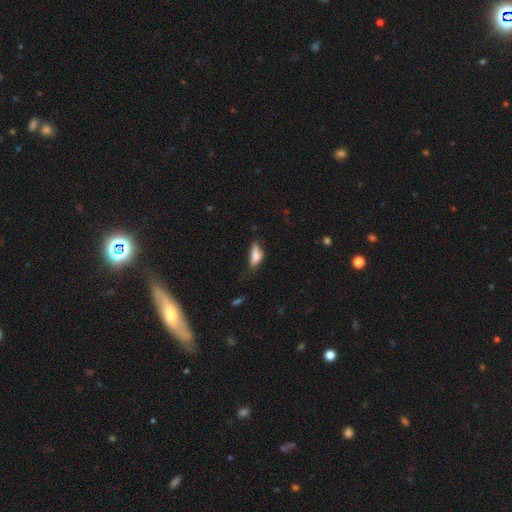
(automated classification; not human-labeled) This is likely a smooth galaxy (74%). How rounded: likely in between (78%). Merging: marginally minor disturbance (39%).